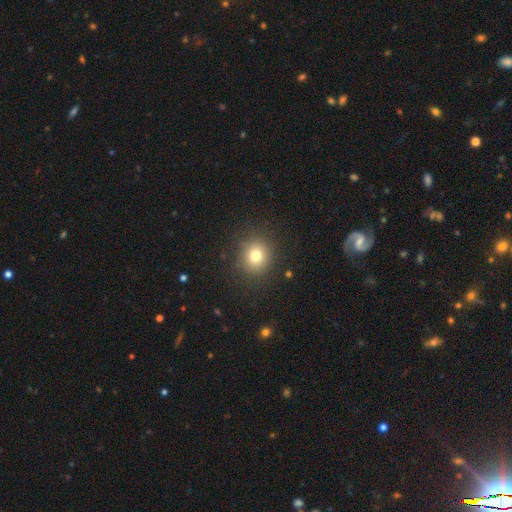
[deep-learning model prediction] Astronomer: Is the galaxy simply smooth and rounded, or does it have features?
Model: smooth — 77%.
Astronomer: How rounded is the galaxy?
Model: round — 82%.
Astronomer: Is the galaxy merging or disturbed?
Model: none — 87%.